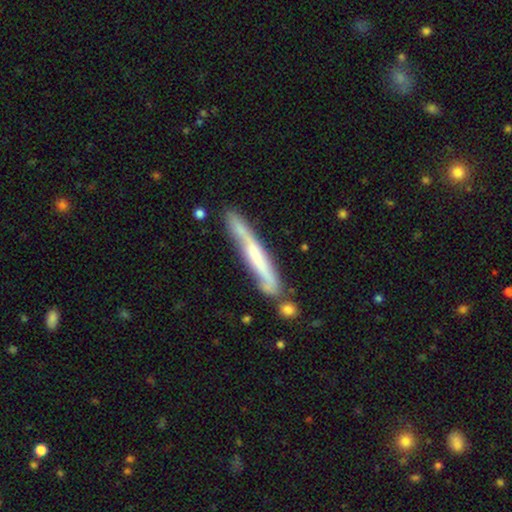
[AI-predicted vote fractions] A featured or disk galaxy (54%) viewed edge-on (81%).

Vote fractions:
- Smooth or featured? featured or disk: 54% / smooth: 41% / star or artifact: 6%
- Edge-on disk? yes: 81% / no: 19%
- Merging? none: 60% / minor disturbance: 23% / merger: 11% / major disturbance: 6%